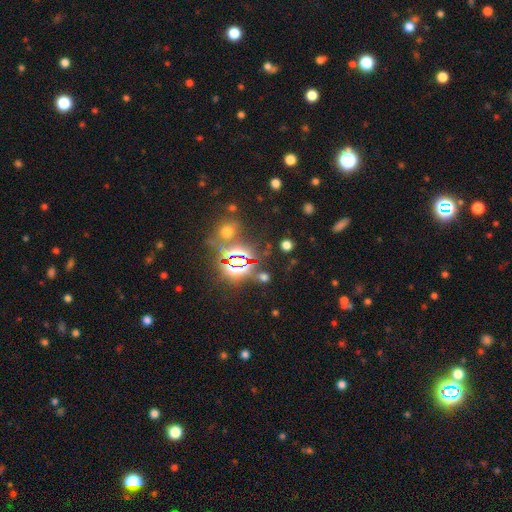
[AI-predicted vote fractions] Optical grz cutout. It shows a star or artifact, not a galaxy (80%).